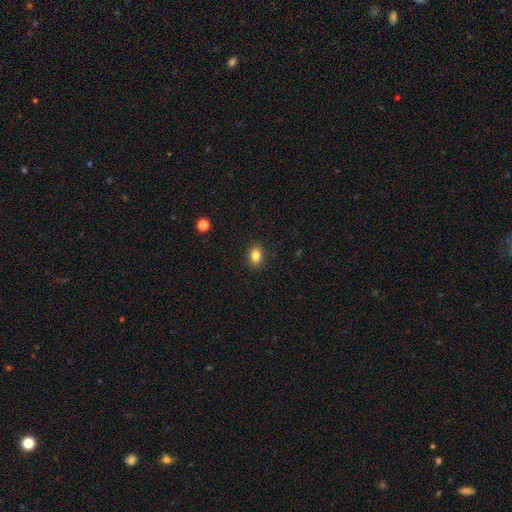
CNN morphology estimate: The model was most divided on "how rounded": in between: 74%, round: 24%, cigar-shaped: 2%. More confident: merging — none (89%); smooth or featured — smooth (83%).